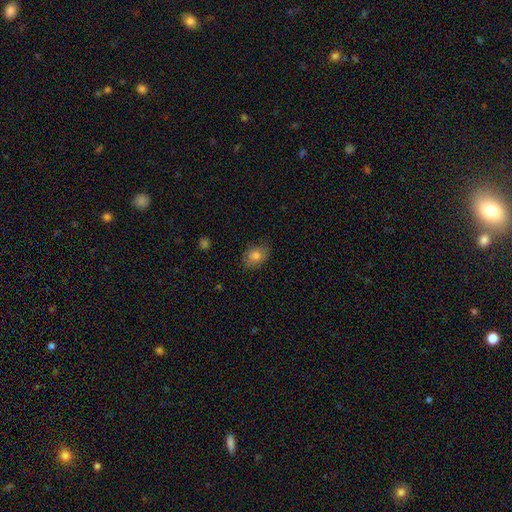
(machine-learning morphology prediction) A smooth galaxy with no disk features (80%) that is in between round and cigar-shaped (66%). Merging: none (77%).